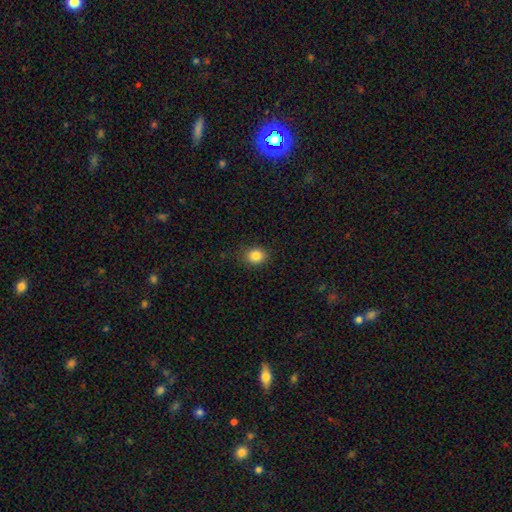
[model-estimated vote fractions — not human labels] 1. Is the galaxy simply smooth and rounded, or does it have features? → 85% smooth, 10% star or artifact, 5% featured or disk.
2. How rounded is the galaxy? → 71% round, 29% in between, 1% cigar-shaped.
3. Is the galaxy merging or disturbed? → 87% none, 10% minor disturbance, 3% major disturbance, 1% merger.